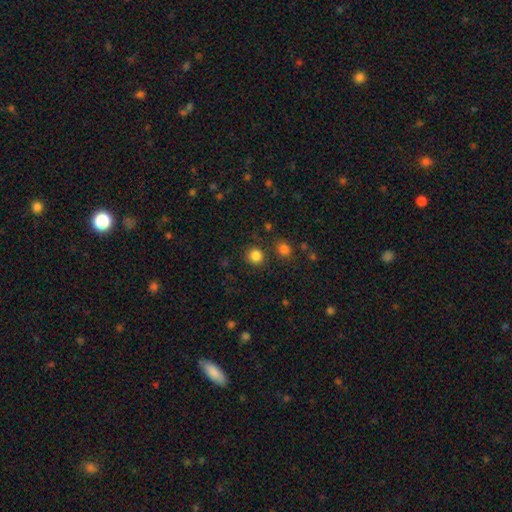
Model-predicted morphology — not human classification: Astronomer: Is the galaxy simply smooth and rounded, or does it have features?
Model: smooth — 84%.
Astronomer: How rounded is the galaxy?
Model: round — 93%.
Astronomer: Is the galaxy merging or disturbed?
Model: none — 86%.